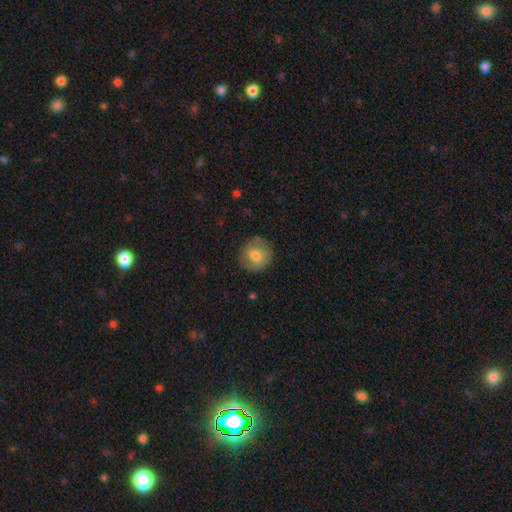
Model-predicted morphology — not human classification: Smooth or featured? smooth (72%)
How rounded? round (90%)
Merging? none (82%)